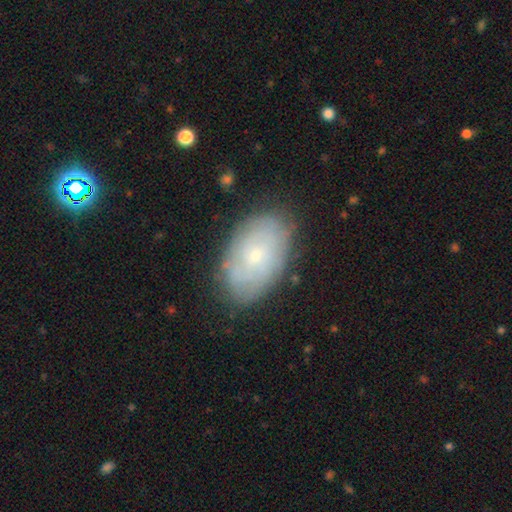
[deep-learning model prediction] A featured or disk galaxy (53%) with no bar (81%), spiral arms (62%) and a small central bulge (78%). Merging: none (78%).